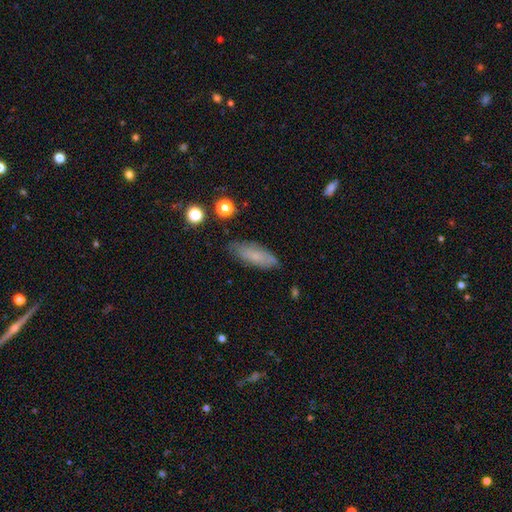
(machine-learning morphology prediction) type=smooth (66%); roundness=in between (63%); merging=none (79%).